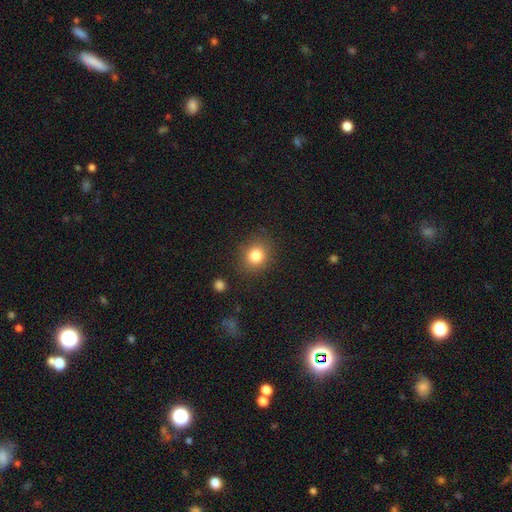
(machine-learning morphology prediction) smooth_or_featured: smooth (p=0.81) [alt: star or artifact p=0.12]
how_rounded: round (p=0.77) [alt: in between p=0.22]
merging: none (p=0.85) [alt: minor disturbance p=0.10]